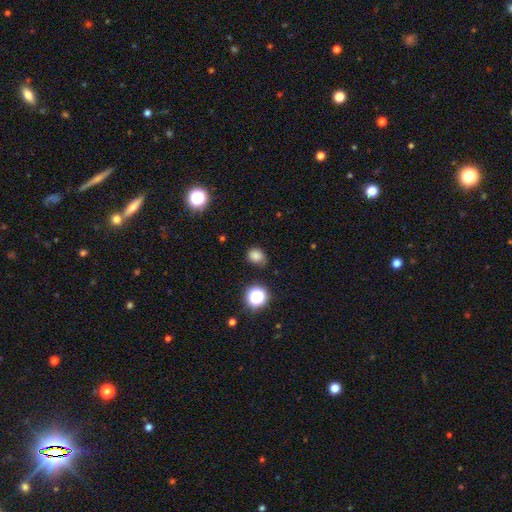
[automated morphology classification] Overall: smooth (80%). How rounded: round (56%; in between 43%). Merging: none (71%).